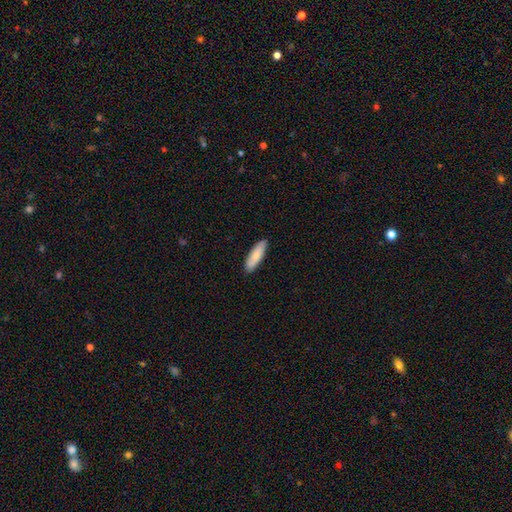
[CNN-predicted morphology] smooth_or_featured: smooth (p=0.82) [alt: featured or disk p=0.13]
how_rounded: cigar-shaped (p=0.54) [alt: in between p=0.44]
merging: none (p=0.89) [alt: minor disturbance p=0.09]